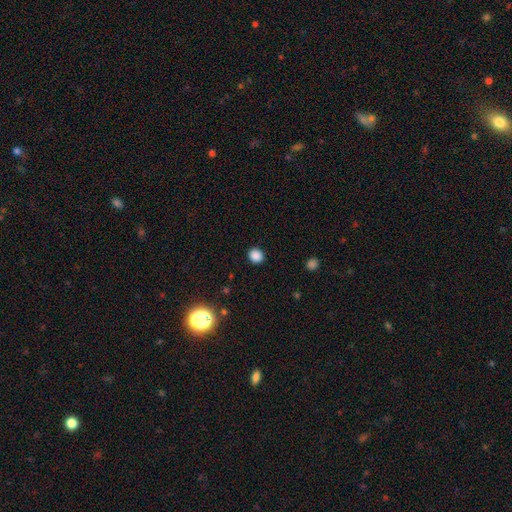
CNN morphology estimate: Smooth or featured? Predicted: smooth (p=0.86). How rounded? Predicted: round (p=0.75). Merging? Predicted: none (p=0.91).